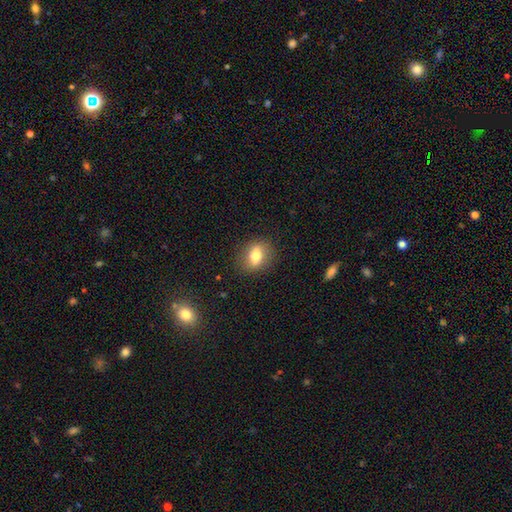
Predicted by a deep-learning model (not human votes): This appears to be a smooth galaxy with no disk features (72%) that is in between round and cigar-shaped (61%). Merging: none (85%).